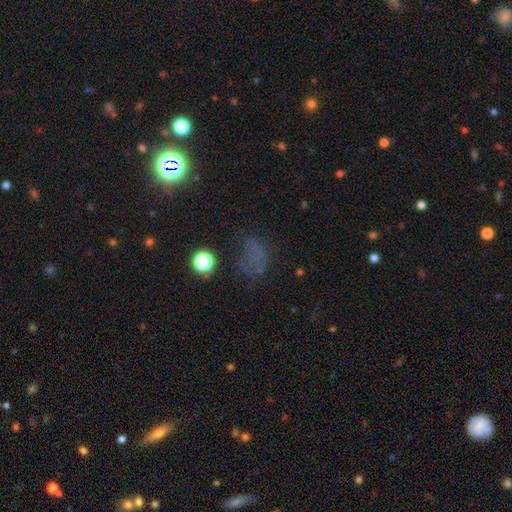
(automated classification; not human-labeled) star or artifact 42%, smooth 41%, featured or disk 17%.